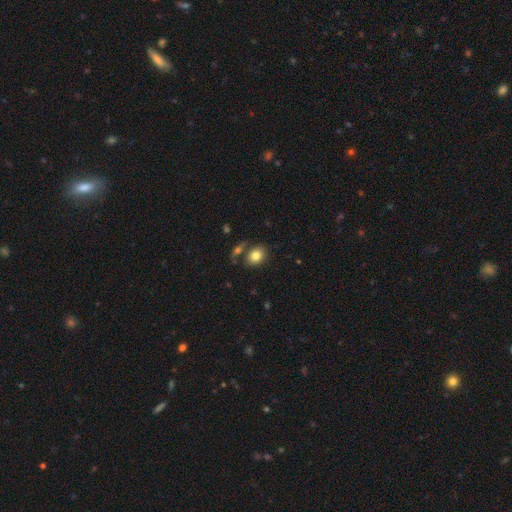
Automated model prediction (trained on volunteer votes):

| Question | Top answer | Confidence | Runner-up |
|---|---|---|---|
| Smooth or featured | smooth | 81% | featured or disk (11%) |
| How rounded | in between | 60% | round (39%) |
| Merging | none | 67% | merger (16%) |